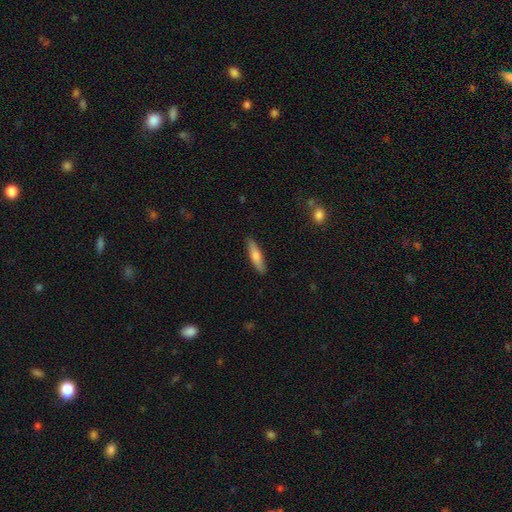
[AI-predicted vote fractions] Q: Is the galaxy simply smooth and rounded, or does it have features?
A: smooth — 65%.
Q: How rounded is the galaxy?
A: cigar-shaped — 77%.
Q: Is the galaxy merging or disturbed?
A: none — 89%.